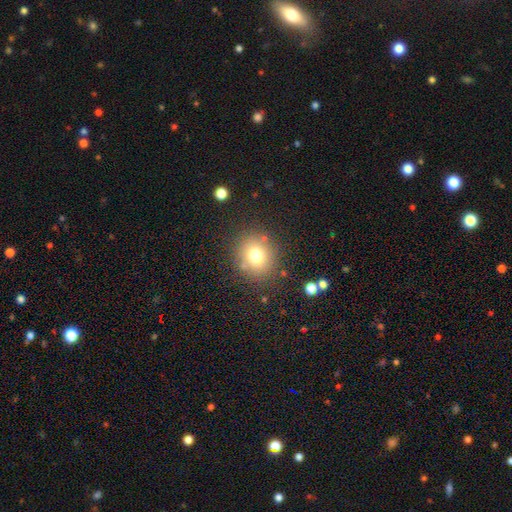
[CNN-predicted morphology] smooth 74%, star or artifact 15%, featured or disk 12%. Down the decision tree: how rounded — round (81%); merging — none (82%).